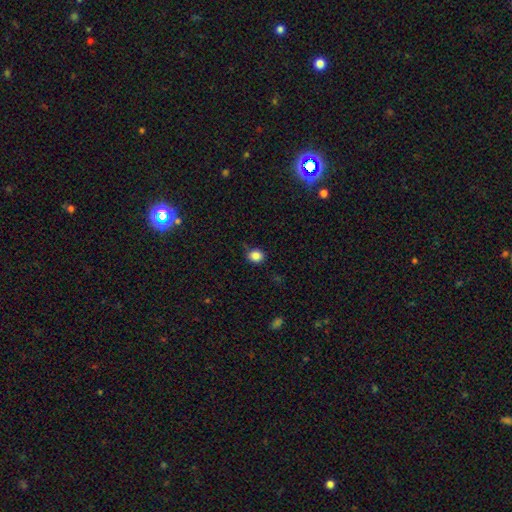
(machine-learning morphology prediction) type=smooth (85%); roundness=round (71%); merging=none (80%).